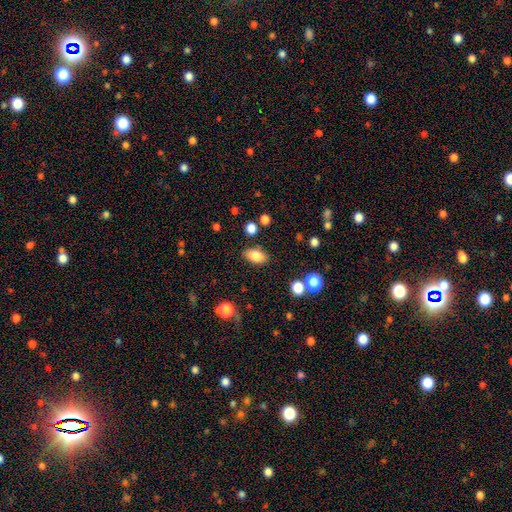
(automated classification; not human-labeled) smooth 82%, star or artifact 9%, featured or disk 9%. Down the decision tree: how rounded — in between (89%); merging — none (83%).